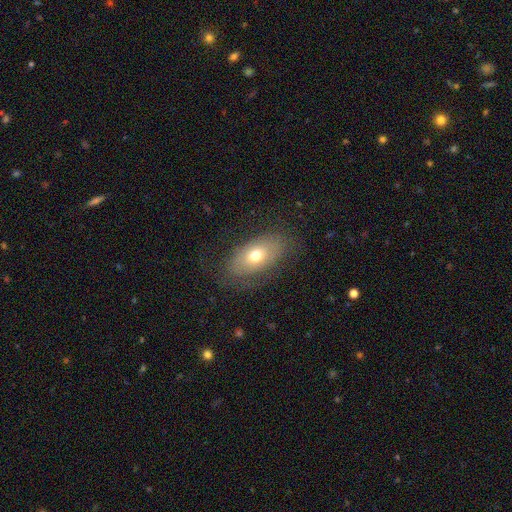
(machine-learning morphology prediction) smooth_or_featured: smooth (p=0.64) [alt: featured or disk p=0.26]
how_rounded: in between (p=0.89) [alt: round p=0.07]
merging: none (p=0.75) [alt: minor disturbance p=0.16]